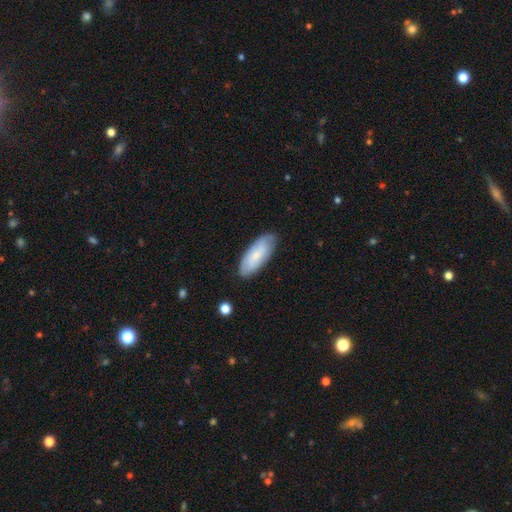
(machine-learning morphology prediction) Smooth or featured? smooth (66%)
How rounded? in between (77%)
Merging? none (80%)